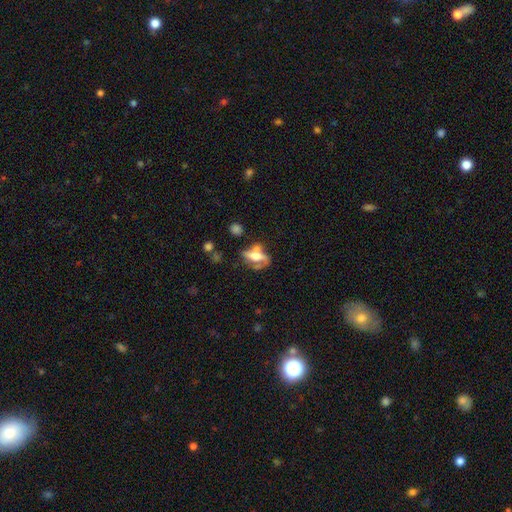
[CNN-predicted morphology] Smooth or featured? Predicted: featured or disk (p=0.59). Edge-on disk? Predicted: no (p=0.58). Merging? Predicted: none (p=0.43).